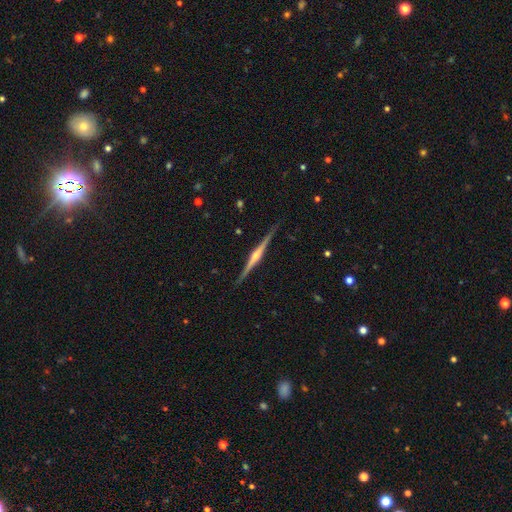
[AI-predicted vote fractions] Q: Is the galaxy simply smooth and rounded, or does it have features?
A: featured or disk — 86%.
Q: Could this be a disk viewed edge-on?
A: yes — 99%.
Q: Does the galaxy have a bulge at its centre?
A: rounded — 86%.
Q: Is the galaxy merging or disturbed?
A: none — 90%.